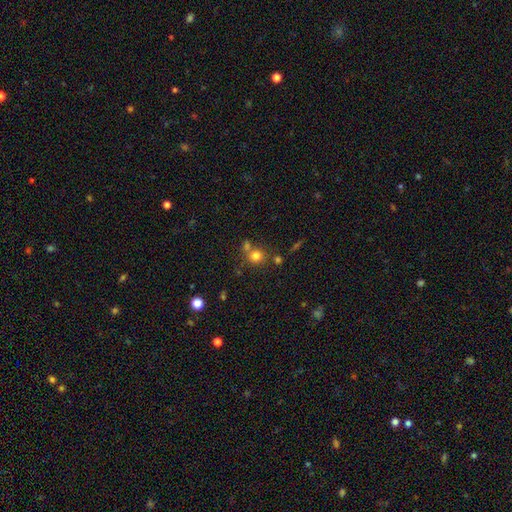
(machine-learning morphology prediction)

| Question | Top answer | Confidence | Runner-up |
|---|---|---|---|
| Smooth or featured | smooth | 76% | star or artifact (15%) |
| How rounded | round | 86% | in between (13%) |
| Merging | none | 61% | merger (25%) |